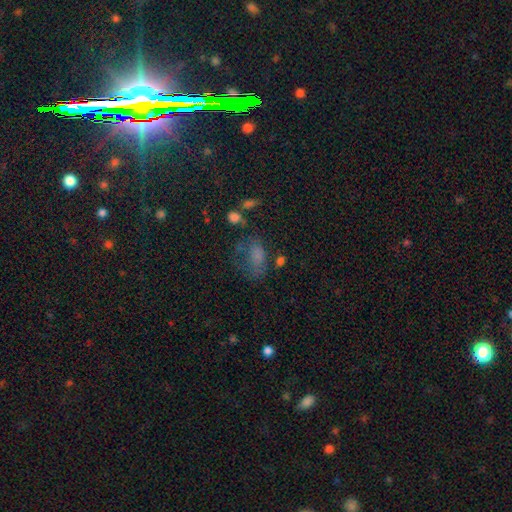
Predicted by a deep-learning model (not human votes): Morphology: type=smooth (59%); roundness=in between (80%); merging=major disturbance (35%).